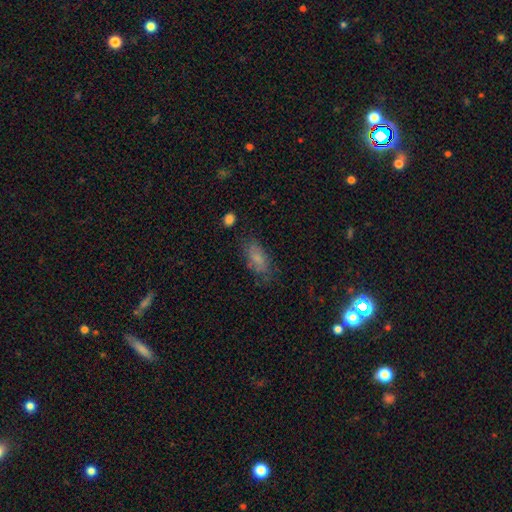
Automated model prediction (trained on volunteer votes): Q: Smooth or featured?
A: smooth (56%); runner-up: featured or disk (23%)
Q: How rounded?
A: in between (79%); runner-up: cigar-shaped (15%)
Q: Merging?
A: none (72%); runner-up: minor disturbance (18%)